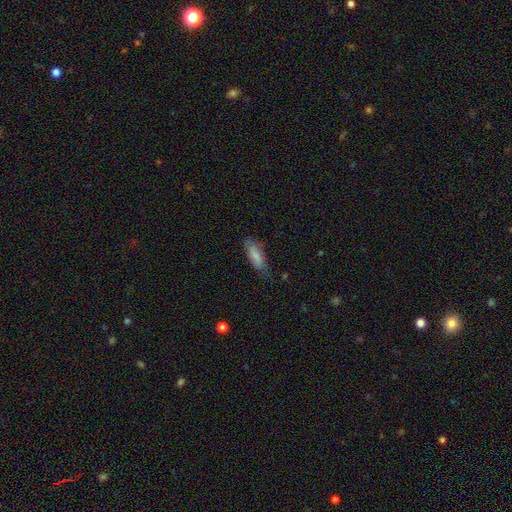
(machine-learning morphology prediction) type=smooth (78%); roundness=in between (63%); merging=none (68%).